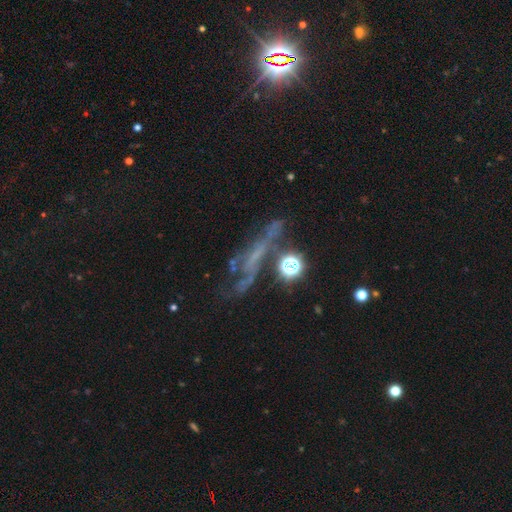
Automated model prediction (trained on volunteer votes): featured or disk 55%, star or artifact 25%, smooth 21%. Down the decision tree: edge-on disk — no (59%); merging — none (46%).